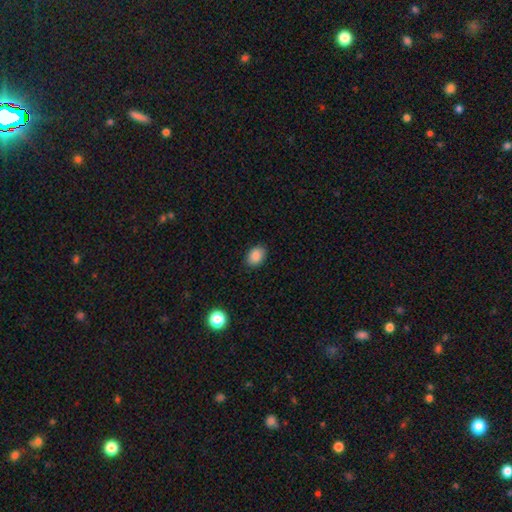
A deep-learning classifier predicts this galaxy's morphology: Smooth or featured?
  - smooth: 88% *
  - star or artifact: 9%
  - featured or disk: 3%
How rounded?
  - in between: 75% *
  - round: 24%
  - cigar-shaped: 1%
Merging?
  - none: 88% *
  - minor disturbance: 9%
  - major disturbance: 2%
  - merger: 1%